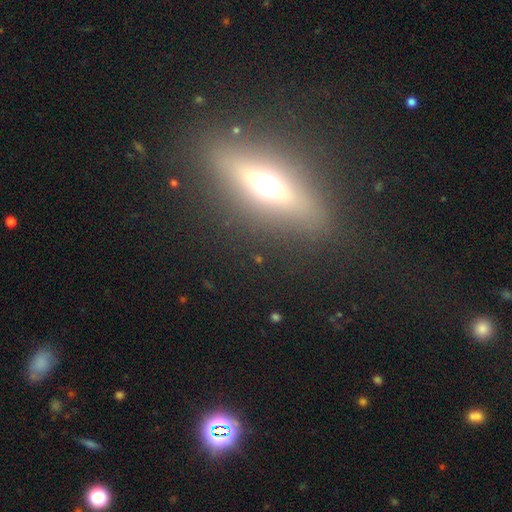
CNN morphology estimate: smooth-or-featured: featured or disk: 61% | smooth: 28% | star or artifact: 11%
  disk-edge-on: yes: 89% | no: 11%
    edge-on-bulge: rounded: 92% | boxy: 4% | none: 3%
  merging: none: 87% | minor disturbance: 9% | major disturbance: 3% | merger: 1%